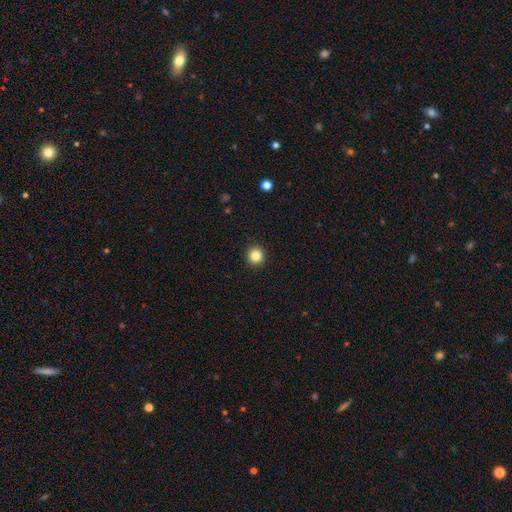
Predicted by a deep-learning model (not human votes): Q: Smooth or featured?
A: smooth (85%); runner-up: star or artifact (11%)
Q: How rounded?
A: round (94%); runner-up: in between (5%)
Q: Merging?
A: none (93%); runner-up: minor disturbance (4%)